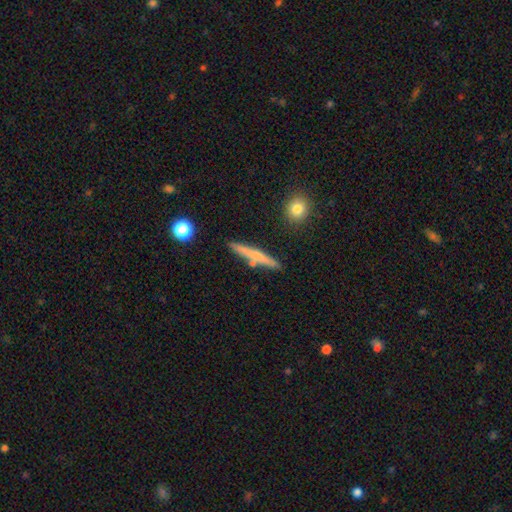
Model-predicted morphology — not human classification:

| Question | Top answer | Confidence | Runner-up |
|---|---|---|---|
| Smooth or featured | smooth | 56% | featured or disk (38%) |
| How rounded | cigar-shaped | 94% | in between (4%) |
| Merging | none | 84% | minor disturbance (9%) |